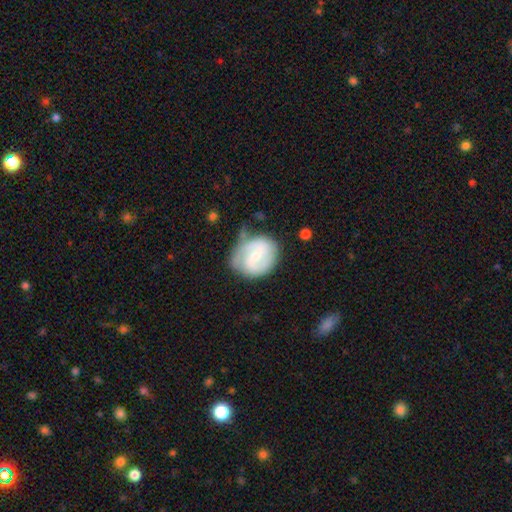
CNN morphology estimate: featured or disk 72%, smooth 23%, star or artifact 5%. Down the decision tree: edge-on disk — no (98%); bar — weak (52%); spiral arms — yes (89%); spiral arm count — 2 (77%); spiral winding — medium (45%); bulge size — small (60%); merging — none (60%).